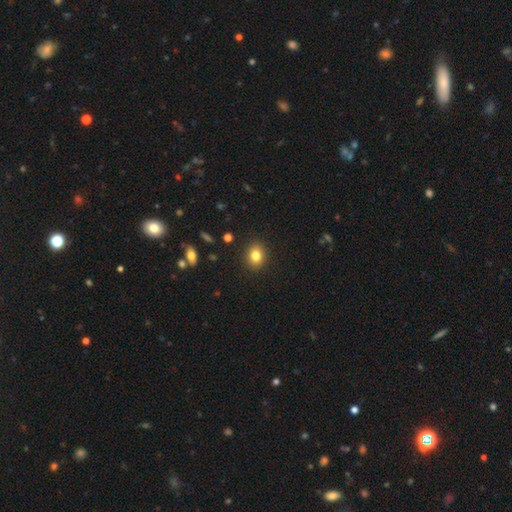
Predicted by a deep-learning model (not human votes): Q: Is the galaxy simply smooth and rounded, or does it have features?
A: smooth — 81%.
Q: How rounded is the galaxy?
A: in between — 54%.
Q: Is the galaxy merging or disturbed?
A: none — 90%.